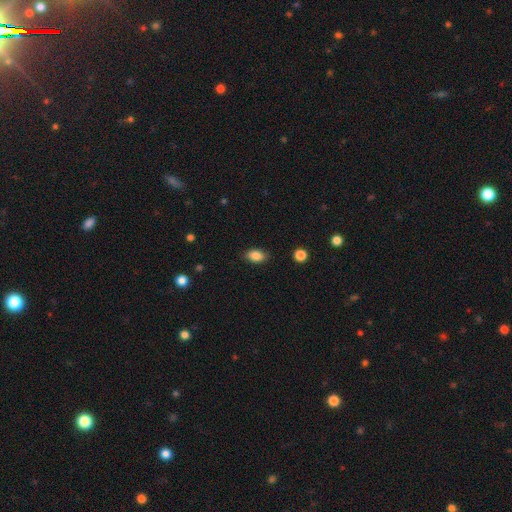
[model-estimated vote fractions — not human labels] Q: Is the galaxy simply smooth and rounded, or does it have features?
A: smooth — 86%.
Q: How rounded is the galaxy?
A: in between — 88%.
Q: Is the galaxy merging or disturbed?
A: none — 85%.